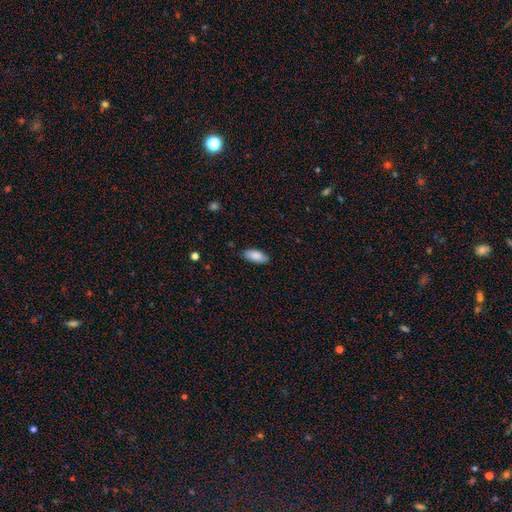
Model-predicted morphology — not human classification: This appears to be a smooth galaxy with no disk features (87%) that is in between round and cigar-shaped (88%). Merging: none (85%).